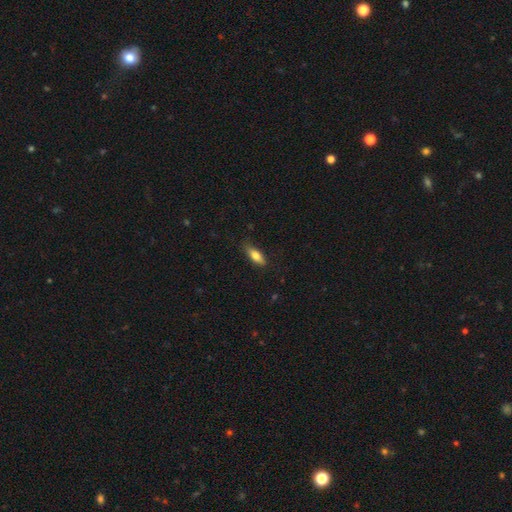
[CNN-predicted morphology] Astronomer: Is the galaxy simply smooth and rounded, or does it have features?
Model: smooth — 73%.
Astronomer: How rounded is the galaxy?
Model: in between — 63%.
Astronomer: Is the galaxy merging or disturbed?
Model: none — 80%.